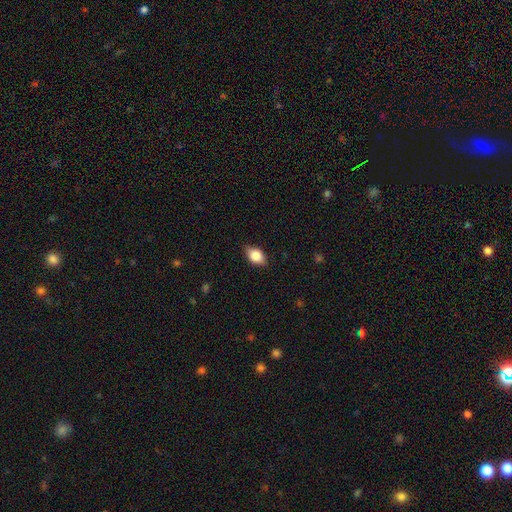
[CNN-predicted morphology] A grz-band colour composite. It shows a smooth galaxy with no disk features (82%) that is in between round and cigar-shaped (83%). Merging: none (82%).